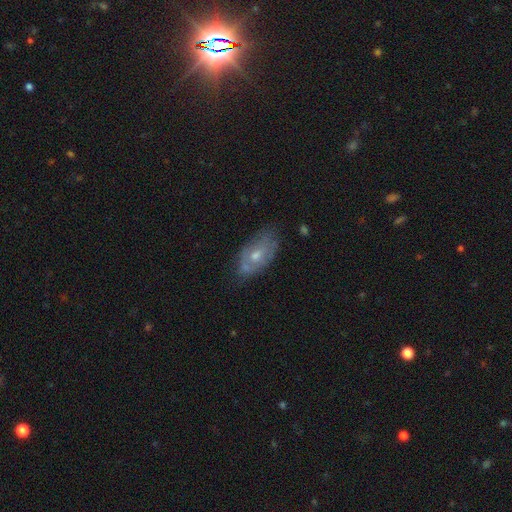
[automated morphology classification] Q: Smooth or featured?
A: featured or disk (55%); runner-up: smooth (36%)
Q: Edge-on disk?
A: no (88%); runner-up: yes (12%)
Q: Merging?
A: none (63%); runner-up: minor disturbance (26%)